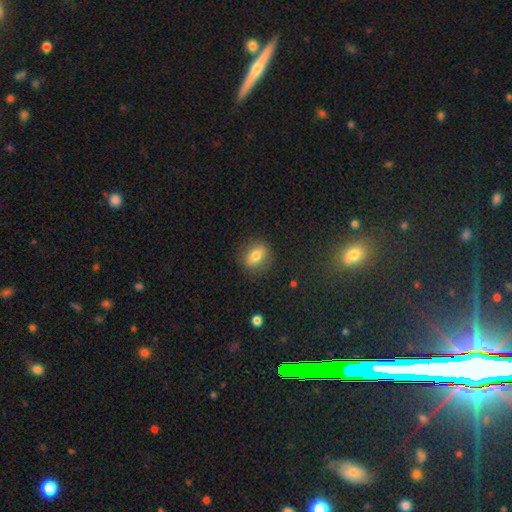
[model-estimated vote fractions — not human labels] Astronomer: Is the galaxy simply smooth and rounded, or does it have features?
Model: smooth — 68%.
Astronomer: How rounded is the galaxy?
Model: in between — 51% (runner-up: round, 45%).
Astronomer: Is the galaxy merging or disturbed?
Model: none — 84%.